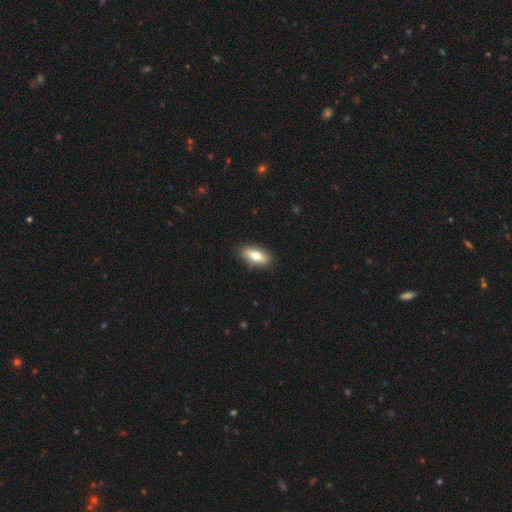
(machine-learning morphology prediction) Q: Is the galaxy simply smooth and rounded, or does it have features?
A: smooth — 68%.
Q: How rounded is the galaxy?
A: in between — 82%.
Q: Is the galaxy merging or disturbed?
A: none — 87%.